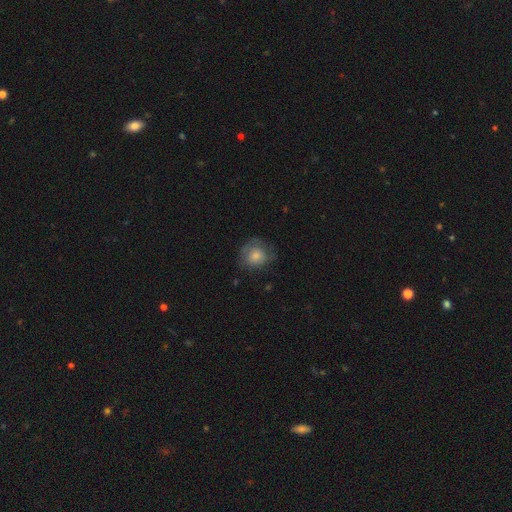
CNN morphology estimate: Smooth or featured? Predicted: smooth (p=0.70). How rounded? Predicted: round (p=0.79). Merging? Predicted: none (p=0.61).